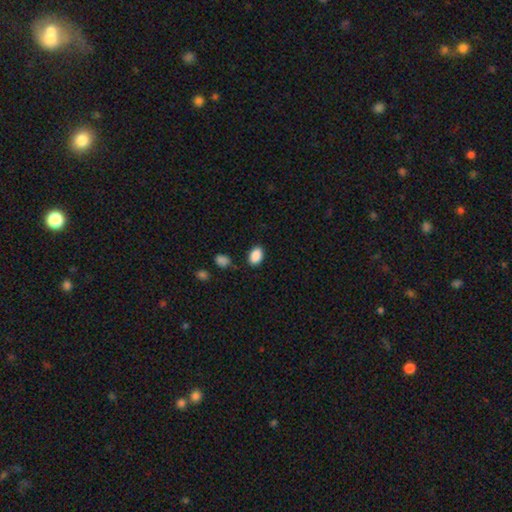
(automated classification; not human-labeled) smooth 89%, star or artifact 8%, featured or disk 3%. Down the decision tree: how rounded — in between (86%); merging — none (84%).